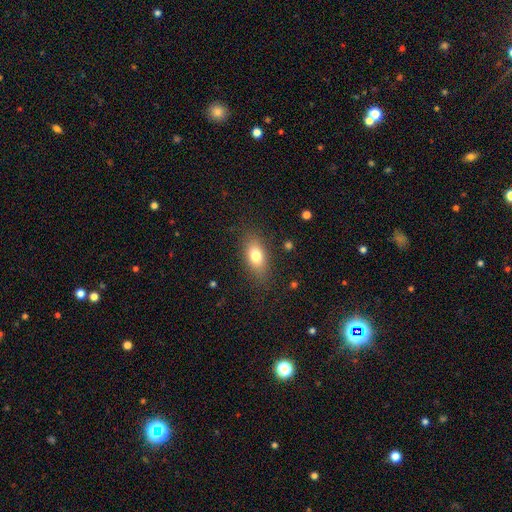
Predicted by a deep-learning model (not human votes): Smooth or featured? smooth (77%)
How rounded? in between (83%)
Merging? none (83%)